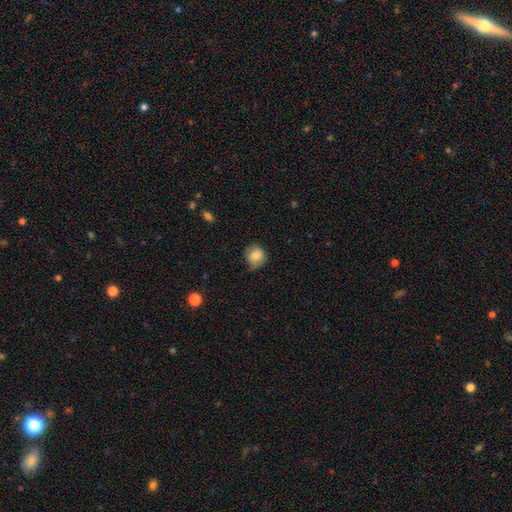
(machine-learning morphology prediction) smooth-or-featured: smooth: 80% | featured or disk: 11% | star or artifact: 9%
  how-rounded: round: 80% | in between: 19% | cigar-shaped: 1%
  merging: none: 63% | minor disturbance: 29% | major disturbance: 7% | merger: 1%